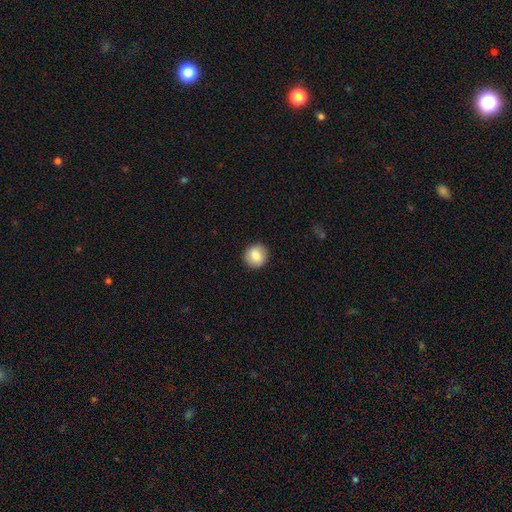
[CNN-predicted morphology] type=smooth (84%); roundness=round (92%); merging=none (91%).